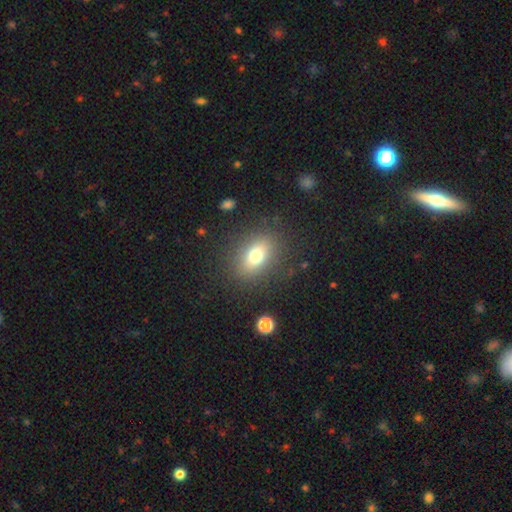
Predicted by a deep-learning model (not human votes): A smooth galaxy with no disk features (71%) that is in between round and cigar-shaped (69%). Merging: none (84%).